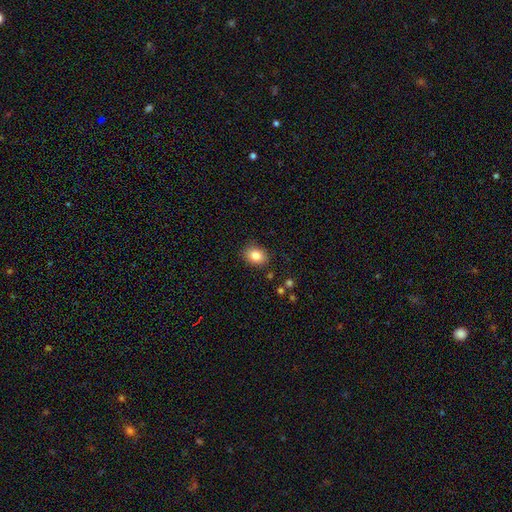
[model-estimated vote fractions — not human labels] Smooth or featured? Predicted: smooth (p=0.84). How rounded? Predicted: in between (p=0.60). Merging? Predicted: none (p=0.86).